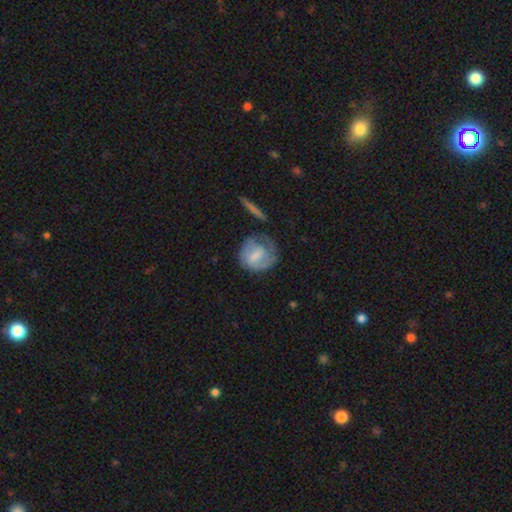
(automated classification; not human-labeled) A smooth galaxy with no disk features (49%).

Vote fractions:
- Smooth or featured? smooth: 49% / featured or disk: 45% / star or artifact: 7%
- Merging? none: 49% / minor disturbance: 26% / major disturbance: 21% / merger: 4%